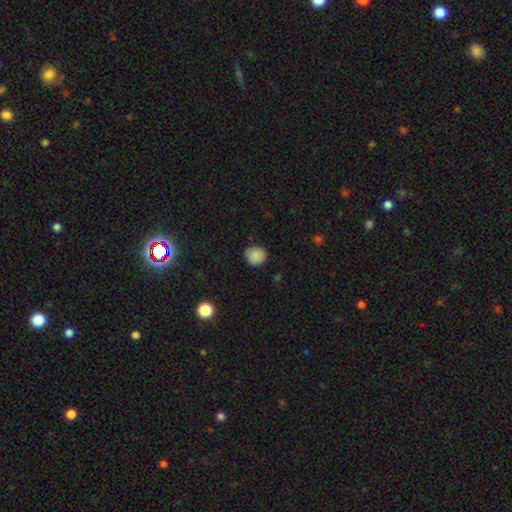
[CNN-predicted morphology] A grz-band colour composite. It shows a smooth galaxy with no disk features (86%) that is round (89%). Merging: none (80%).